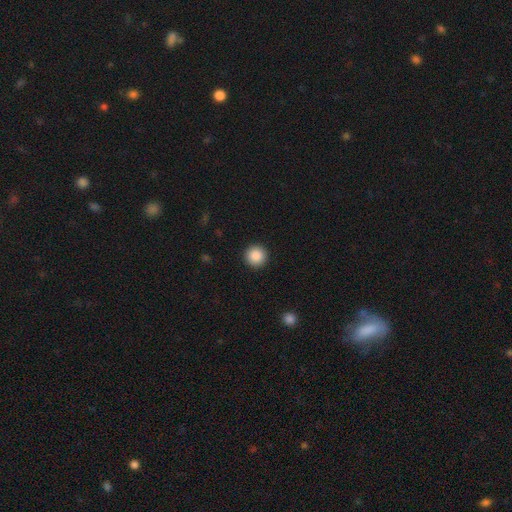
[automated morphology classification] Smooth or featured? Predicted: smooth (p=0.88). How rounded? Predicted: round (p=0.96). Merging? Predicted: none (p=0.93).